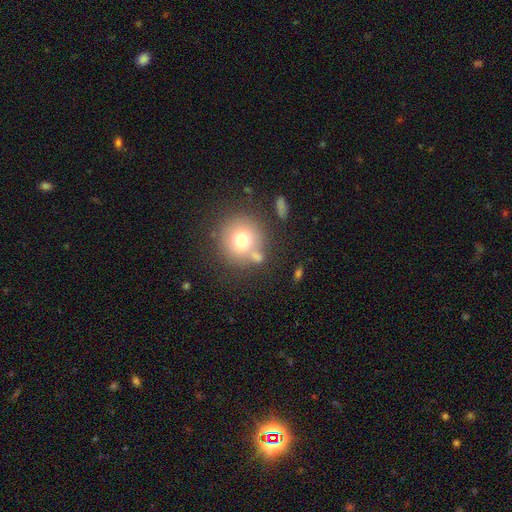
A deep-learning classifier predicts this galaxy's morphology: The model was most divided on "merging": none: 67%, merger: 15%, minor disturbance: 12%, major disturbance: 6%. More confident: how rounded — round (90%); smooth or featured — smooth (72%).